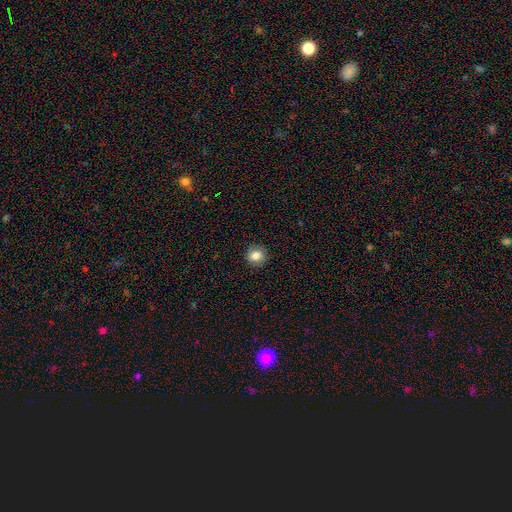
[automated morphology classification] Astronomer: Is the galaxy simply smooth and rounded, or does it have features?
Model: smooth — 82%.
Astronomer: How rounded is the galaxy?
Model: round — 87%.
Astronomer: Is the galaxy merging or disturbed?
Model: none — 90%.